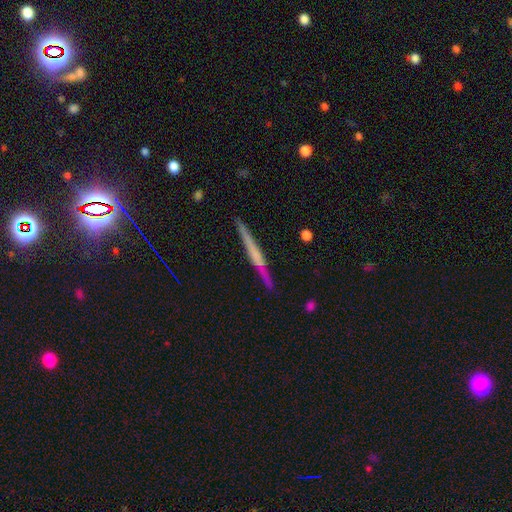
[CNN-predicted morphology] Smooth or featured: featured or disk — 65% (smooth — 27%)
Edge-on disk: yes — 97% (no — 3%)
Edge-on bulge: none — 50% (rounded — 31%)
Merging: none — 88% (minor disturbance — 9%)